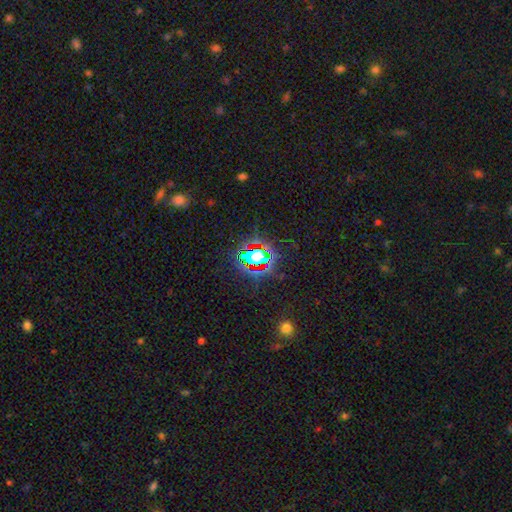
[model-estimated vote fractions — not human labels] A star or artifact, not a galaxy (68%).